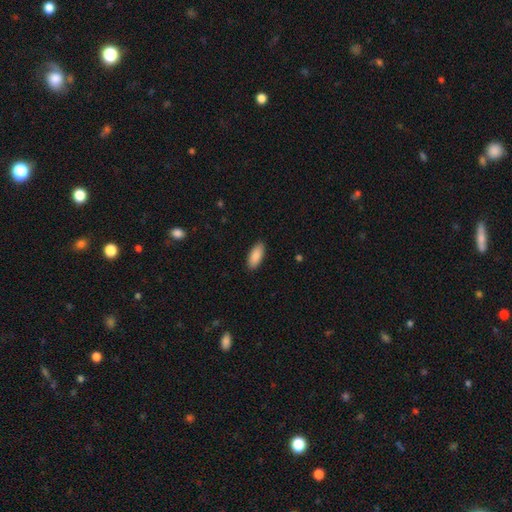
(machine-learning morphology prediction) Smooth or featured: smooth — 90% (star or artifact — 6%)
How rounded: in between — 85% (cigar-shaped — 13%)
Merging: none — 90% (minor disturbance — 8%)